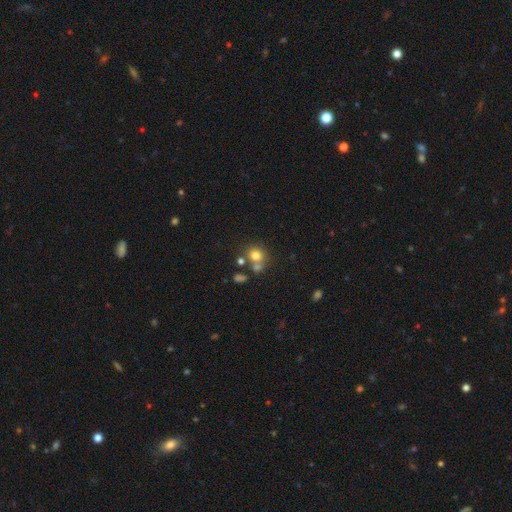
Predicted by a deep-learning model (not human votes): A smooth galaxy with no disk features (75%) that is round (84%). Merging: none (57%).